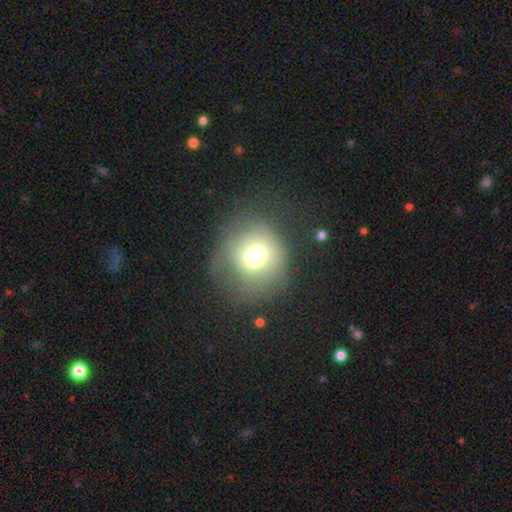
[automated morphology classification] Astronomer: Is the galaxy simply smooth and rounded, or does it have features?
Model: smooth — 68%.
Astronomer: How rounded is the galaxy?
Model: round — 87%.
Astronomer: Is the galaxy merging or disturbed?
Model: none — 51%.